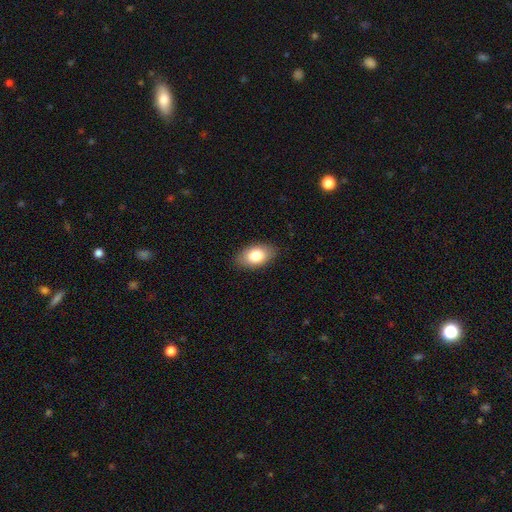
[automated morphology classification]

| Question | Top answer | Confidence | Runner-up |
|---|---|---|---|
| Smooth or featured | smooth | 81% | featured or disk (12%) |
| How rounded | in between | 91% | round (7%) |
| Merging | none | 87% | minor disturbance (10%) |